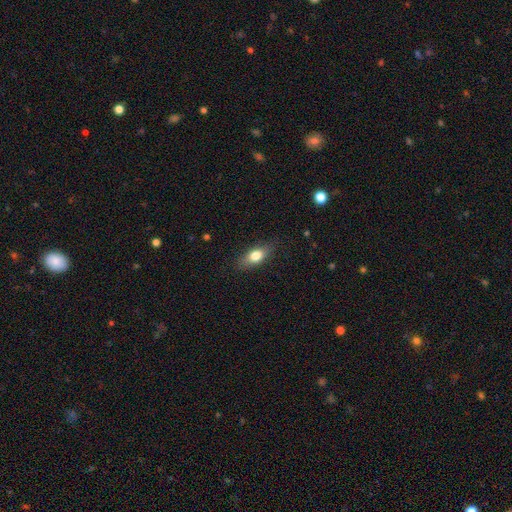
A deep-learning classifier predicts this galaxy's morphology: Smooth or featured?
  - smooth: 75% *
  - featured or disk: 17%
  - star or artifact: 8%
How rounded?
  - in between: 78% *
  - cigar-shaped: 15%
  - round: 7%
Merging?
  - none: 82% *
  - minor disturbance: 13%
  - major disturbance: 3%
  - merger: 1%